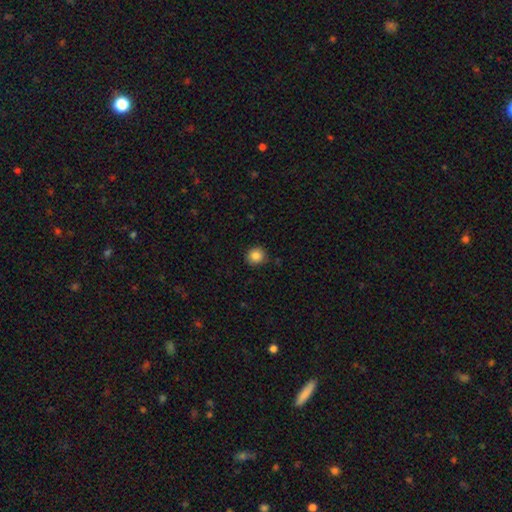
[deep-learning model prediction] This appears to be a smooth galaxy with no disk features (86%) that is round (90%). Merging: none (90%).